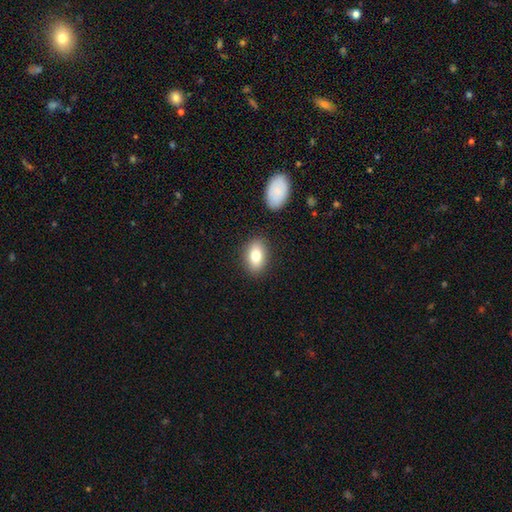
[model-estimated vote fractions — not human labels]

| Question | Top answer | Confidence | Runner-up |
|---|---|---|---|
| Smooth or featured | smooth | 80% | featured or disk (12%) |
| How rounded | in between | 86% | round (12%) |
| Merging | none | 86% | minor disturbance (9%) |